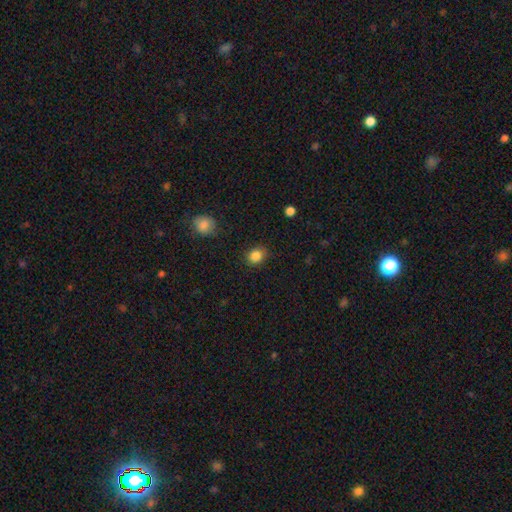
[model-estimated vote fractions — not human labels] A smooth galaxy with no disk features (86%) that is round (65%). Merging: none (83%).